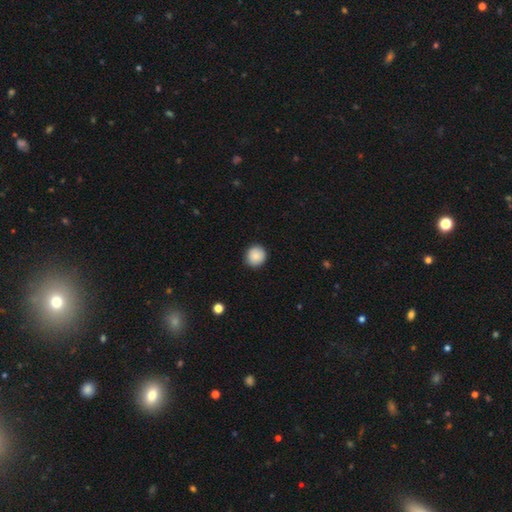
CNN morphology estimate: Smooth or featured? smooth (85%)
How rounded? round (89%)
Merging? none (90%)